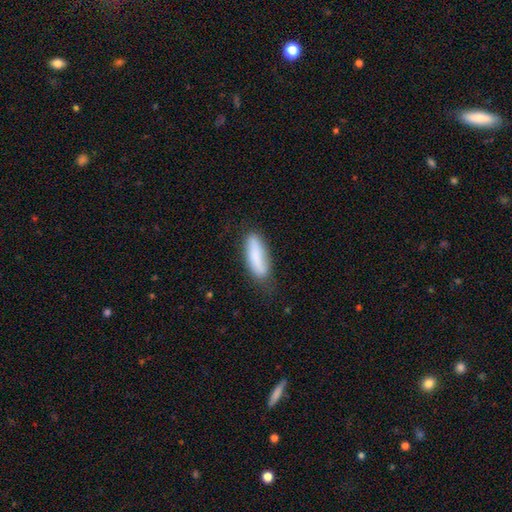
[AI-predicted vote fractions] Smooth or featured: smooth — 79% (featured or disk — 14%)
How rounded: in between — 49% (tied with cigar-shaped — 49%)
Merging: none — 69% (minor disturbance — 23%)